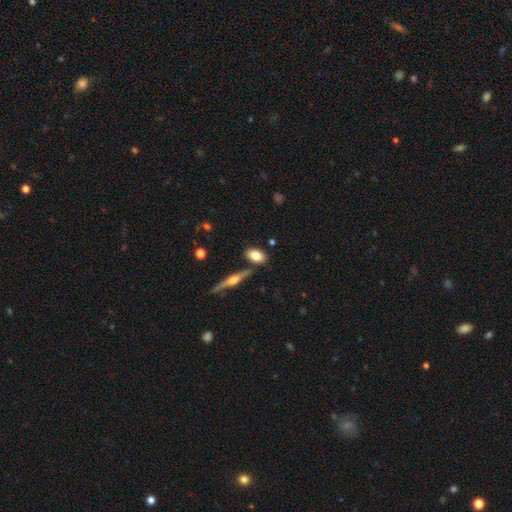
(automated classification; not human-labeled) Smooth or featured? smooth (77%)
How rounded? in between (86%)
Merging? none (74%)